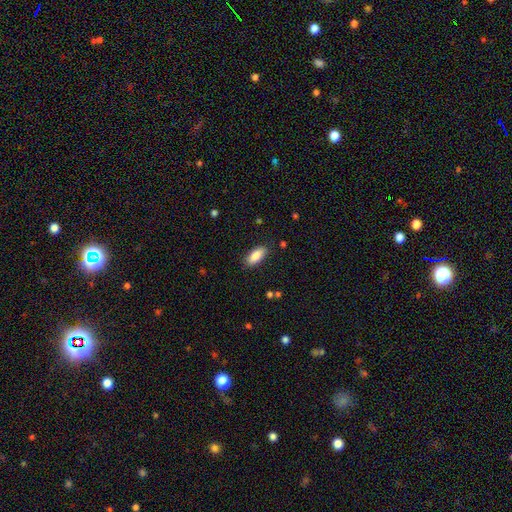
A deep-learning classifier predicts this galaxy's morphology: Overall: smooth (88%). How rounded: in between (87%). Merging: none (86%).